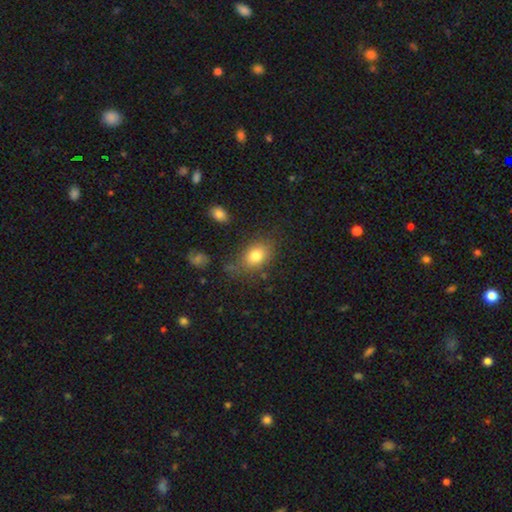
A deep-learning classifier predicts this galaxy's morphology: Smooth or featured: smooth — 79% (featured or disk — 11%)
How rounded: in between — 74% (round — 24%)
Merging: none — 74% (minor disturbance — 16%)